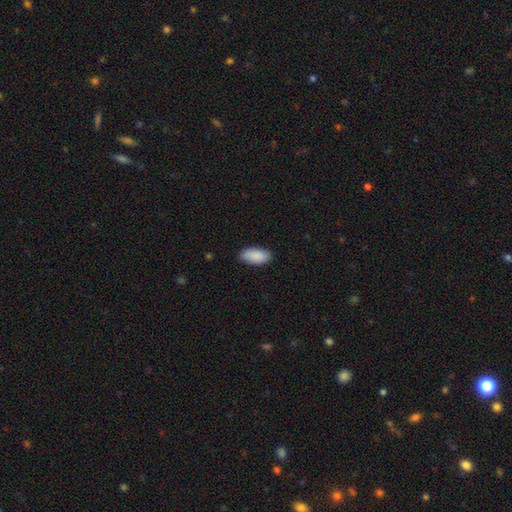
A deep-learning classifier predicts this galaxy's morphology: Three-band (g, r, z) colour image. It shows a smooth galaxy with no disk features (90%) that is in between round and cigar-shaped (91%). Merging: none (87%).